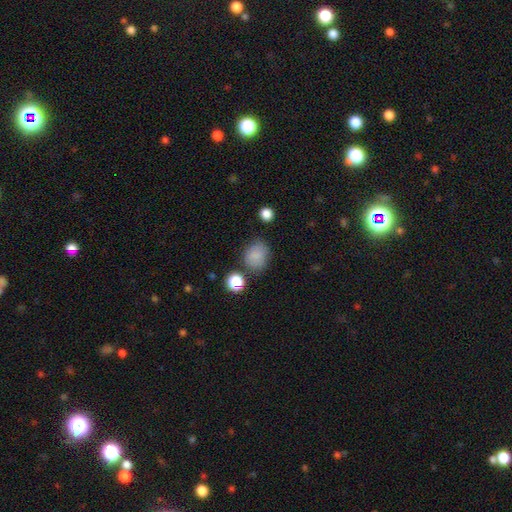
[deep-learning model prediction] smooth 82%, star or artifact 12%, featured or disk 6%. Down the decision tree: how rounded — round (60%); merging — none (73%).